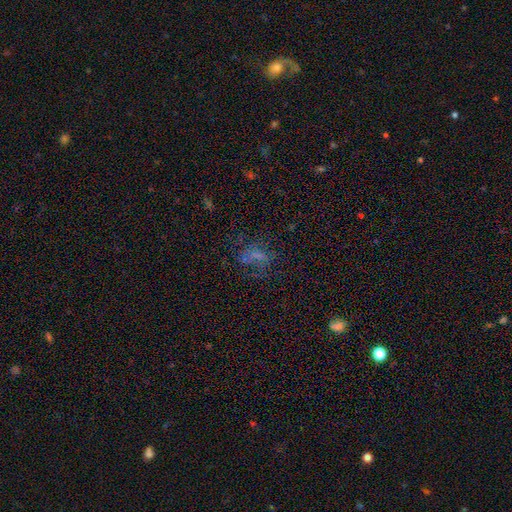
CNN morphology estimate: Smooth or featured? smooth (40%)
Merging? none (50%)